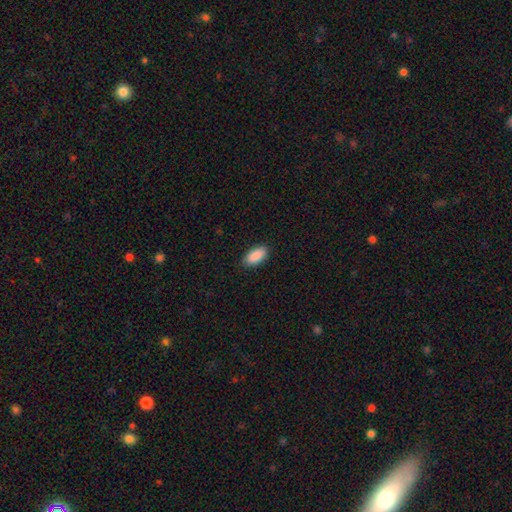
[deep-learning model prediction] smooth 91%, star or artifact 6%, featured or disk 3%. Down the decision tree: how rounded — in between (92%); merging — none (88%).